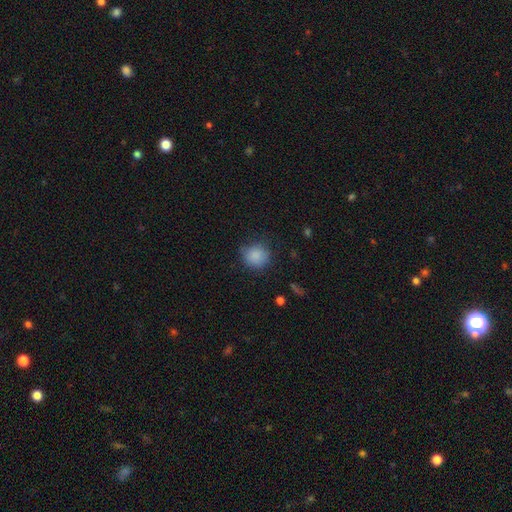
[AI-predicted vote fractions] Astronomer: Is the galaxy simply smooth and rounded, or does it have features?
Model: smooth — 86%.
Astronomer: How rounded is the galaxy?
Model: round — 85%.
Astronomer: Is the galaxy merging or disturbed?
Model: none — 74%.